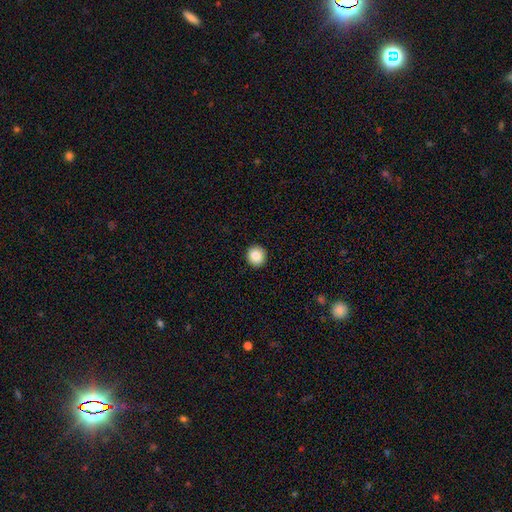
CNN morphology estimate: Smooth or featured?
  - smooth: 86% *
  - star or artifact: 9%
  - featured or disk: 5%
How rounded?
  - round: 94% *
  - in between: 5%
  - cigar-shaped: 1%
Merging?
  - none: 93% *
  - minor disturbance: 4%
  - major disturbance: 1%
  - merger: 1%